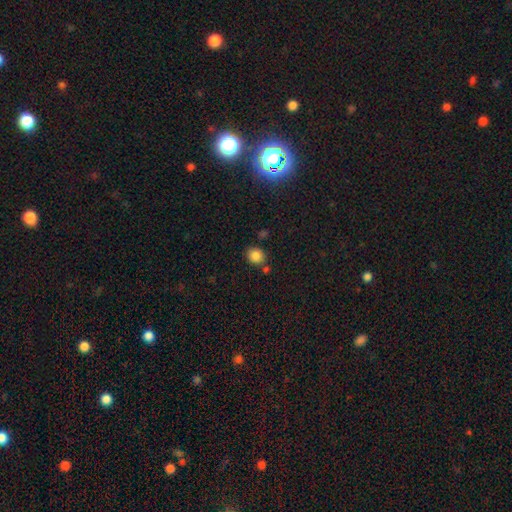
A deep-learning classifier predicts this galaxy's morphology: smooth 85%, star or artifact 10%, featured or disk 5%. Down the decision tree: how rounded — round (71%); merging — none (75%).